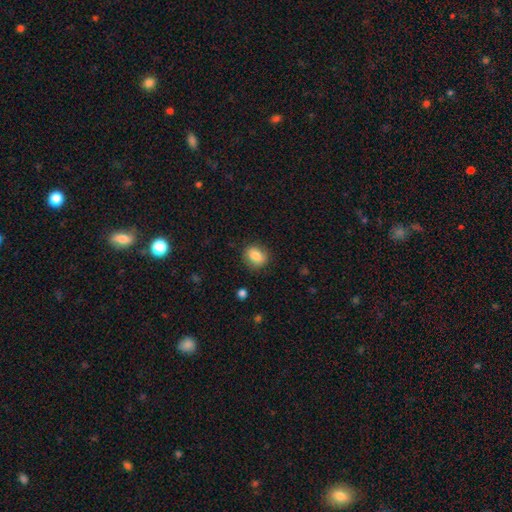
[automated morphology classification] smooth-or-featured: smooth: 82% | featured or disk: 9% | star or artifact: 9%
  how-rounded: round: 57% | in between: 42% | cigar-shaped: 1%
  merging: none: 84% | minor disturbance: 11% | major disturbance: 3% | merger: 1%